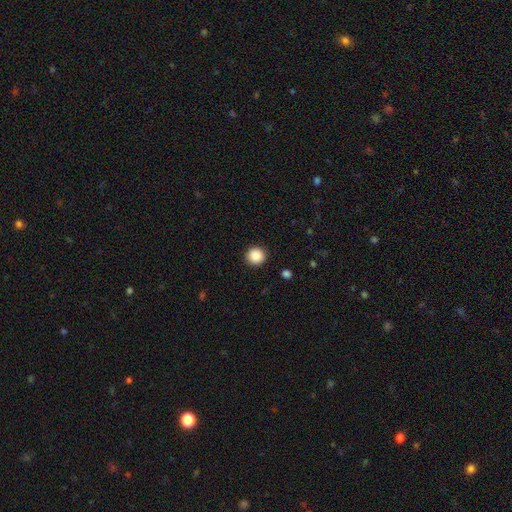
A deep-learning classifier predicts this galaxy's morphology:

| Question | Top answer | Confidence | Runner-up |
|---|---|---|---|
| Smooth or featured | smooth | 89% | star or artifact (9%) |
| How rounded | round | 94% | in between (5%) |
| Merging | none | 92% | minor disturbance (5%) |